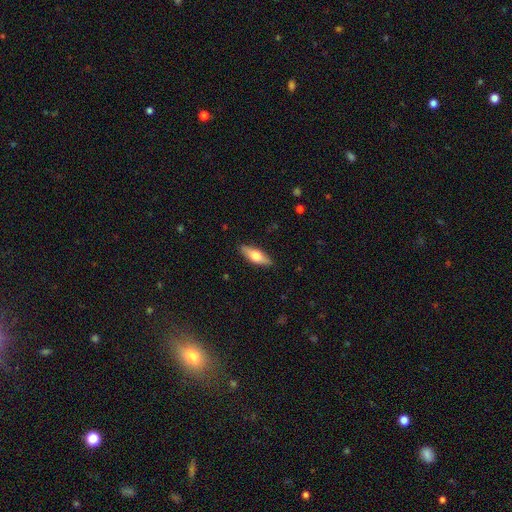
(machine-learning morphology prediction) smooth 57%, featured or disk 37%, star or artifact 6%. Down the decision tree: how rounded — in between (59%); merging — none (87%).